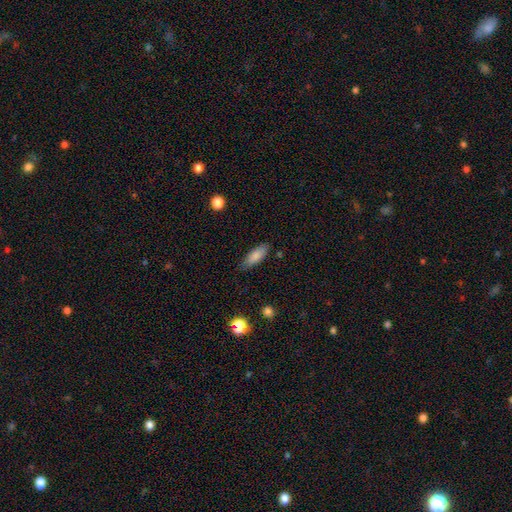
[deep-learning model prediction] A smooth galaxy with no disk features (84%) that is in between round and cigar-shaped (65%).

Vote fractions:
- Smooth or featured? smooth: 84% / featured or disk: 9% / star or artifact: 7%
- How rounded? in between: 65% / cigar-shaped: 33% / round: 2%
- Merging? none: 80% / minor disturbance: 16% / major disturbance: 3% / merger: 2%